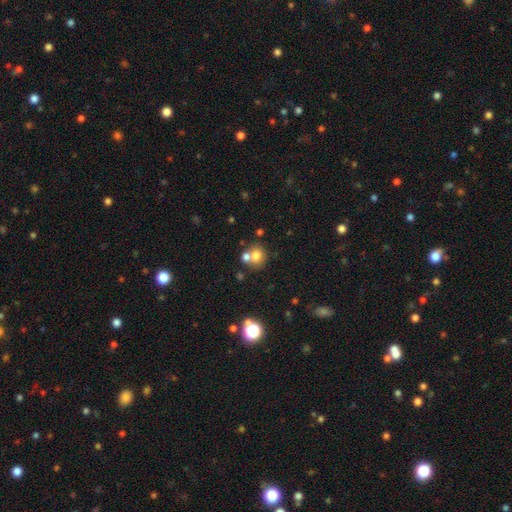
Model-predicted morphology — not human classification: Smooth or featured? Predicted: smooth (p=0.73). How rounded? Predicted: round (p=0.82). Merging? Predicted: none (p=0.49).